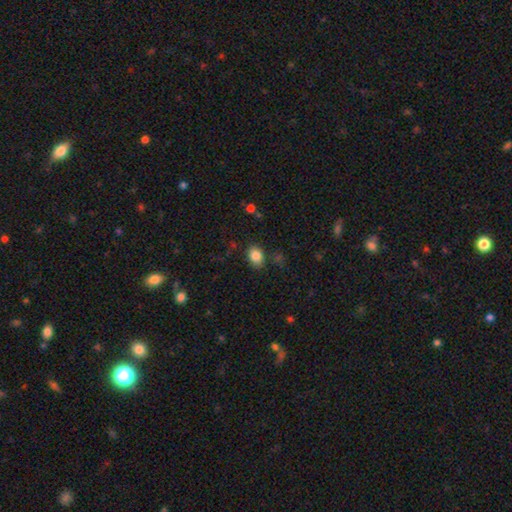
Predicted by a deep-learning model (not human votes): The model was most divided on "how rounded": in between: 74%, round: 25%, cigar-shaped: 1%. More confident: smooth or featured — smooth (85%); merging — none (82%).